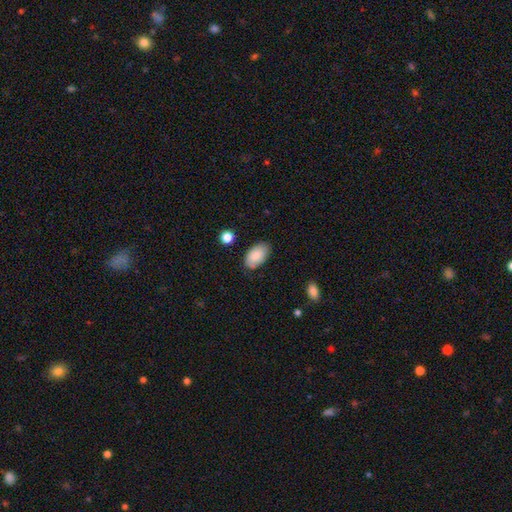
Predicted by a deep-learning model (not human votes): Q: Smooth or featured?
A: smooth (88%); runner-up: star or artifact (6%)
Q: How rounded?
A: in between (95%); runner-up: round (4%)
Q: Merging?
A: none (82%); runner-up: minor disturbance (14%)